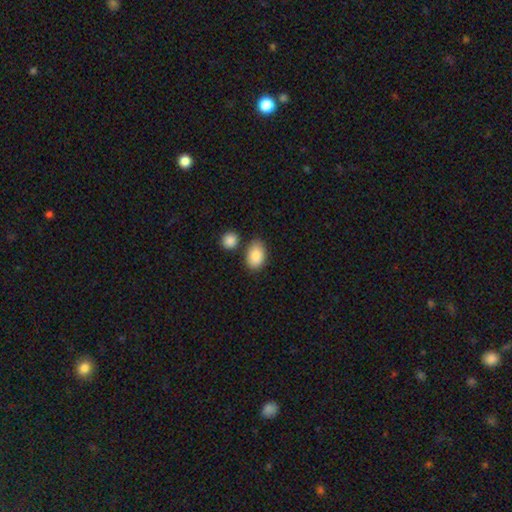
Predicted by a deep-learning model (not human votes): A smooth galaxy with no disk features (88%) that is in between round and cigar-shaped (87%). Merging: none (69%).